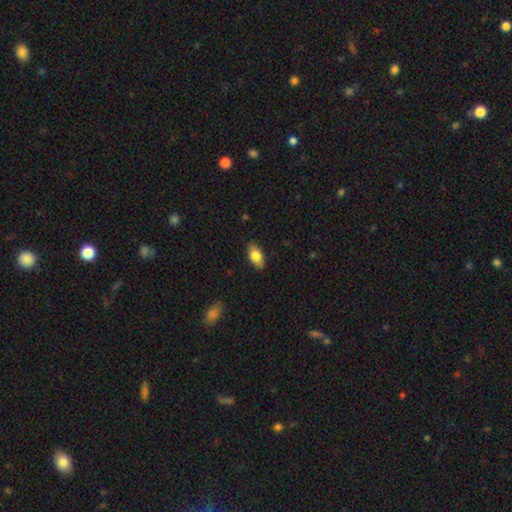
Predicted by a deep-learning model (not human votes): Smooth or featured? smooth (76%)
How rounded? in between (88%)
Merging? none (85%)